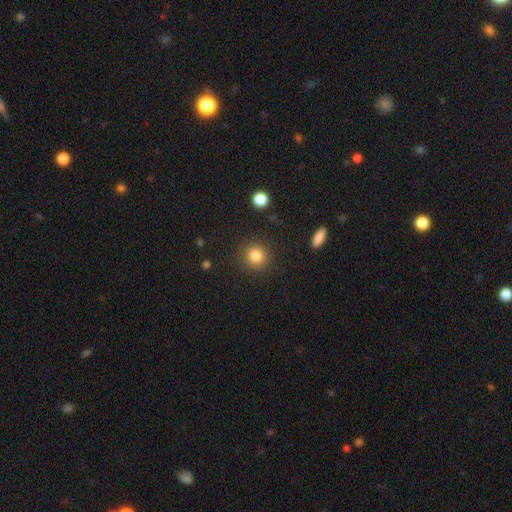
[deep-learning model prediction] Morphology: type=smooth (83%); roundness=round (92%); merging=none (90%).